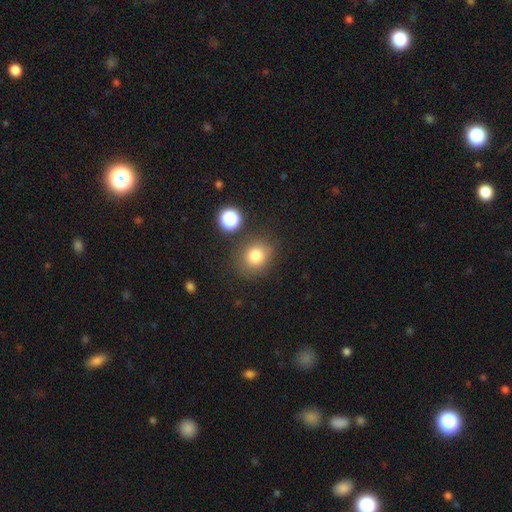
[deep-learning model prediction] Smooth or featured? smooth (79%)
How rounded? round (76%)
Merging? none (80%)